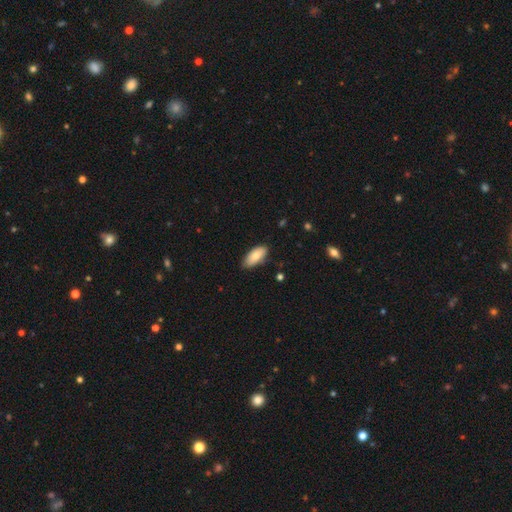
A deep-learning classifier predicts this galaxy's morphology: Q: Smooth or featured?
A: smooth (80%); runner-up: featured or disk (14%)
Q: How rounded?
A: in between (87%); runner-up: cigar-shaped (11%)
Q: Merging?
A: none (81%); runner-up: minor disturbance (16%)